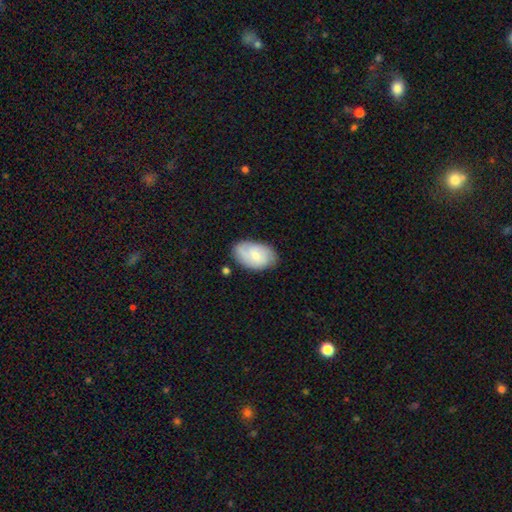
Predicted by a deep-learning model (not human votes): The model was most divided on "smooth or featured": smooth: 59%, featured or disk: 34%, star or artifact: 6%. More confident: how rounded — in between (90%); merging — none (74%).